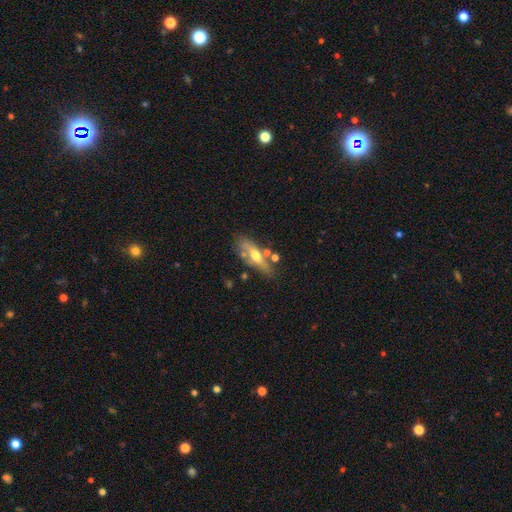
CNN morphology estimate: Q: Smooth or featured?
A: featured or disk (52%); runner-up: smooth (41%)
Q: Edge-on disk?
A: yes (69%); runner-up: no (31%)
Q: Merging?
A: none (65%); runner-up: minor disturbance (18%)